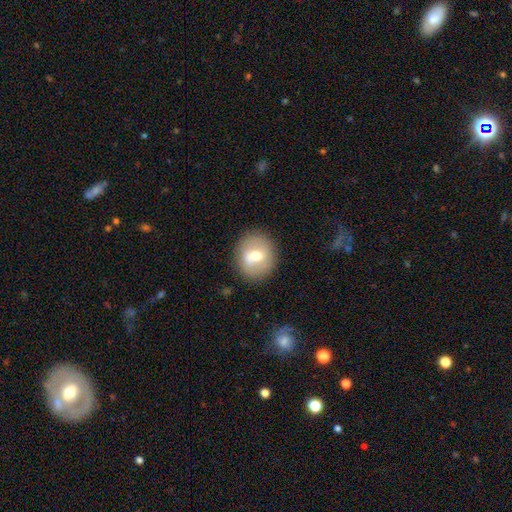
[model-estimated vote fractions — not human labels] smooth-or-featured: smooth: 57% | featured or disk: 35% | star or artifact: 8%
  how-rounded: round: 81% | in between: 18% | cigar-shaped: 1%
  merging: none: 83% | minor disturbance: 10% | merger: 4% | major disturbance: 3%